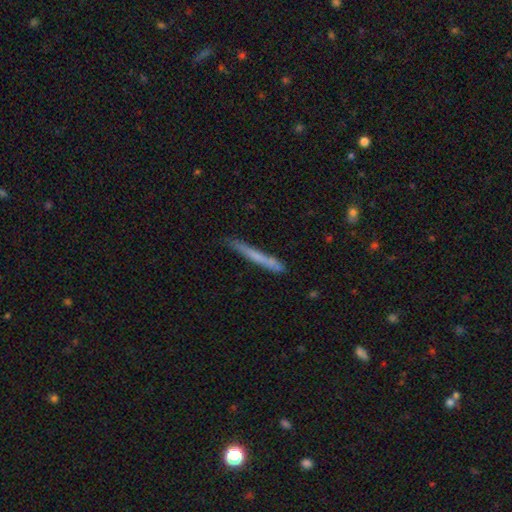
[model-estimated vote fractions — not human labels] smooth-or-featured: smooth: 63% | featured or disk: 31% | star or artifact: 6%
  how-rounded: cigar-shaped: 97% | in between: 2% | round: 1%
  merging: none: 77% | minor disturbance: 18% | major disturbance: 3% | merger: 2%